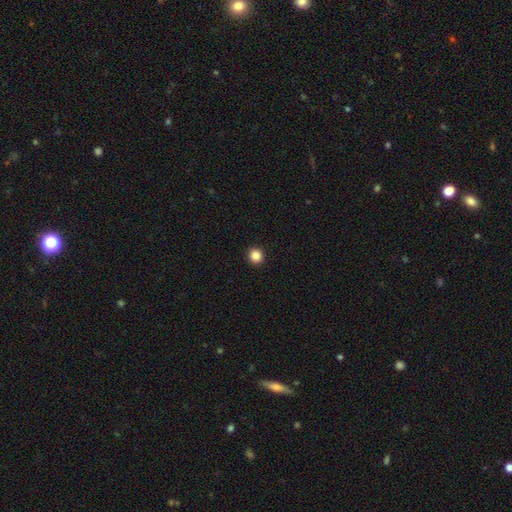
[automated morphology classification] Q: Smooth or featured?
A: smooth (86%); runner-up: star or artifact (11%)
Q: How rounded?
A: round (93%); runner-up: in between (7%)
Q: Merging?
A: none (94%); runner-up: minor disturbance (4%)